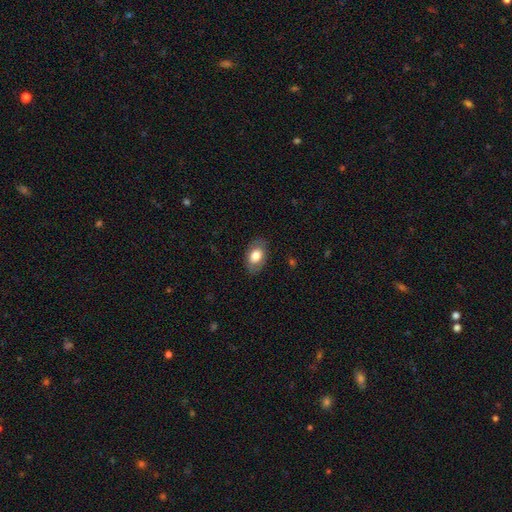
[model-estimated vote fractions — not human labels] A smooth galaxy with no disk features (75%) that is in between round and cigar-shaped (89%). Merging: none (83%).